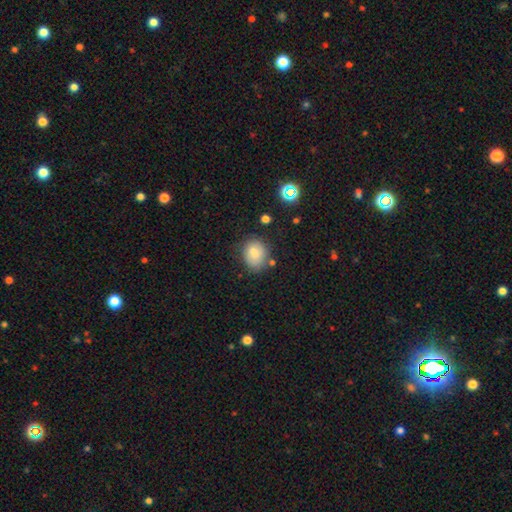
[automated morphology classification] smooth 77%, featured or disk 12%, star or artifact 11%. Down the decision tree: how rounded — in between (50%); merging — none (68%).